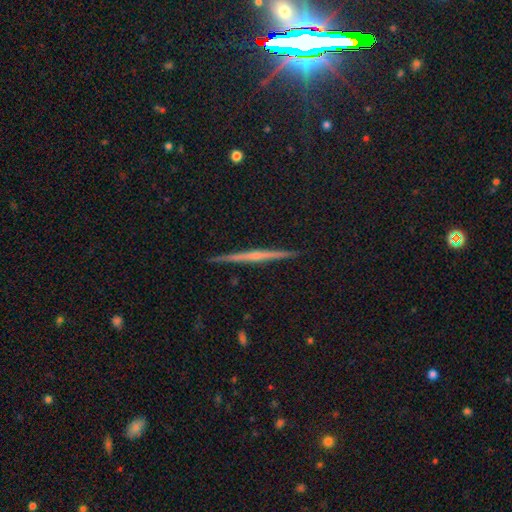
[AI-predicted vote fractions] The model was most divided on "edge-on bulge": rounded: 56%, none: 35%, boxy: 9%. More confident: edge-on disk — yes (98%); merging — none (93%); smooth or featured — featured or disk (73%).